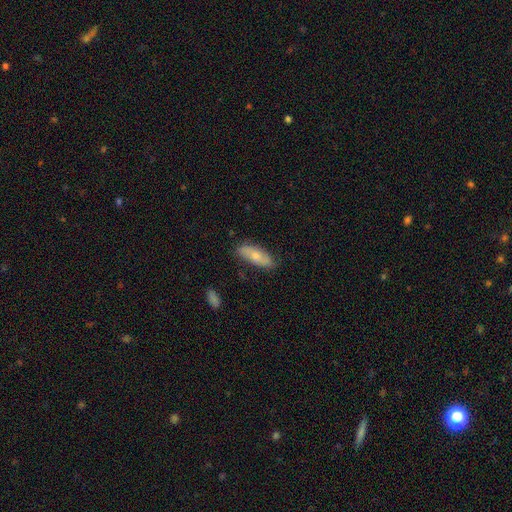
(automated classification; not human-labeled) smooth_or_featured: smooth (p=0.64) [alt: featured or disk p=0.30]
how_rounded: in between (p=0.70) [alt: cigar-shaped p=0.28]
merging: none (p=0.78) [alt: minor disturbance p=0.17]